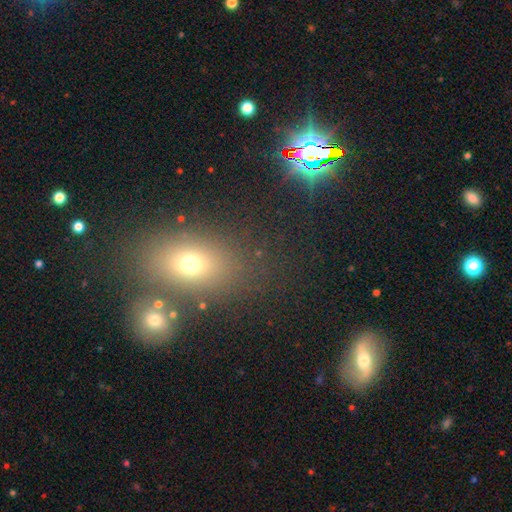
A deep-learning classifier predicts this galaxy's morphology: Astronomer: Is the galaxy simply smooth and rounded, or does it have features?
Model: smooth — 52% (runner-up: star or artifact, 32%).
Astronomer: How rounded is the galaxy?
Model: in between — 68%.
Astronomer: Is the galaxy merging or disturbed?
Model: none — 73%.